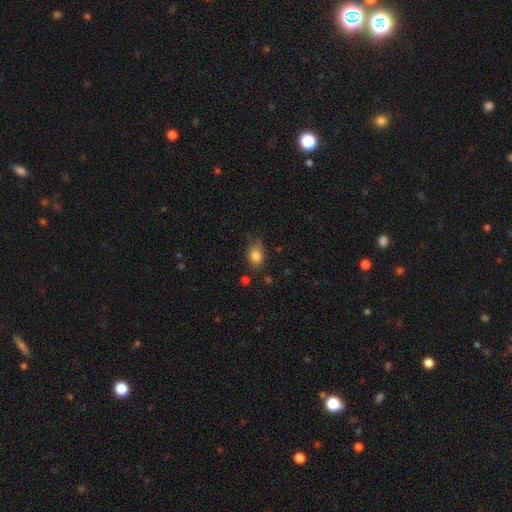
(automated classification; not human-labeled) This is clearly a smooth galaxy (84%). How rounded: likely in between (75%). Merging: likely none (61%).